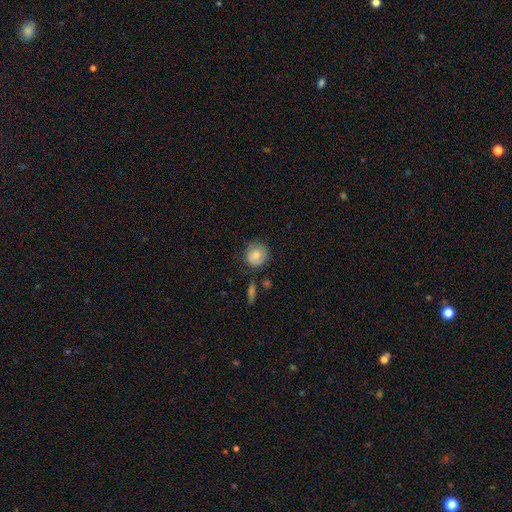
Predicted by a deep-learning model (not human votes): The model was most divided on "merging": none: 72%, minor disturbance: 19%, major disturbance: 5%, merger: 3%. More confident: how rounded — round (87%); smooth or featured — smooth (74%).